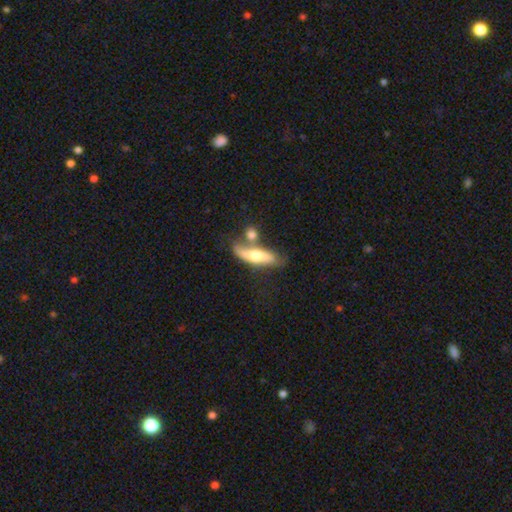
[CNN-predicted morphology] A smooth galaxy with no disk features (55%) that is cigar-shaped (52%).

Vote fractions:
- Smooth or featured? smooth: 55% / featured or disk: 39% / star or artifact: 6%
- How rounded? cigar-shaped: 52% / in between: 44% / round: 4%
- Merging? none: 42% / merger: 33% / minor disturbance: 16% / major disturbance: 8%